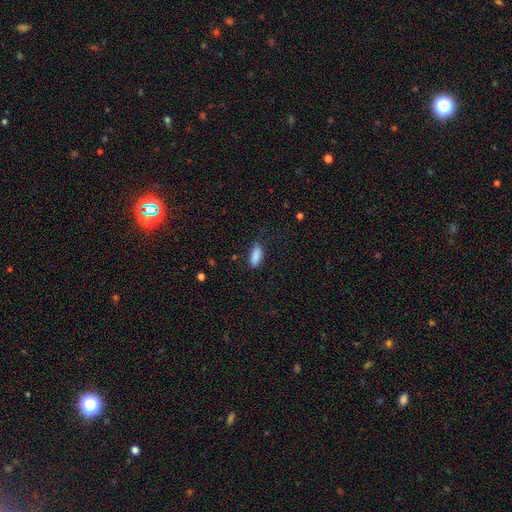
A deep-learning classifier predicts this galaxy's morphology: Smooth or featured? smooth (88%)
How rounded? in between (85%)
Merging? none (72%)